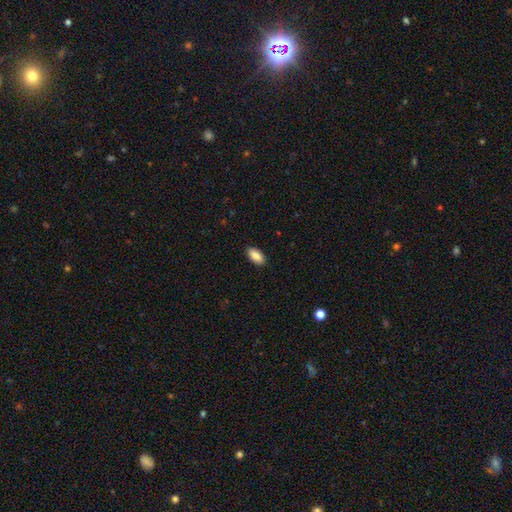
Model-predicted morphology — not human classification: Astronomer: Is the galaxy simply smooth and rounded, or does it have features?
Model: smooth — 89%.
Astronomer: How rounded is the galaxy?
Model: in between — 93%.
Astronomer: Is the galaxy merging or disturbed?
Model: none — 90%.